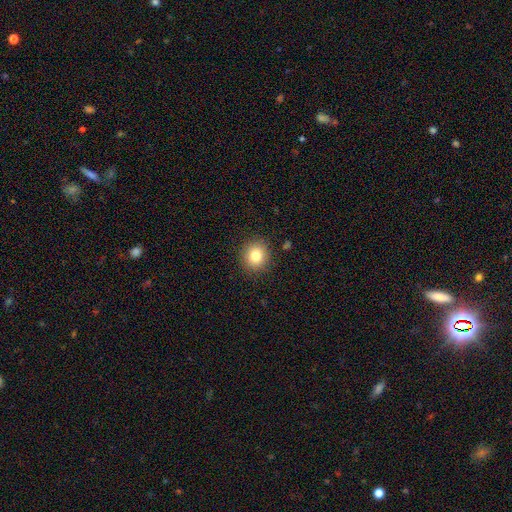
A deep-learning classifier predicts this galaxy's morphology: Smooth or featured? Predicted: smooth (p=0.81). How rounded? Predicted: round (p=0.83). Merging? Predicted: none (p=0.89).